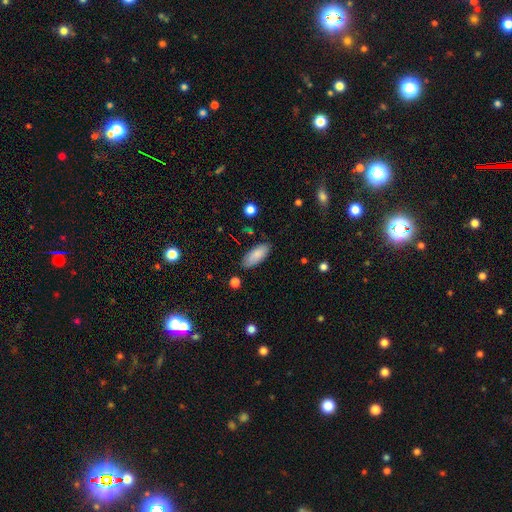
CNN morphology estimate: Smooth or featured?
  - smooth: 86% *
  - featured or disk: 8%
  - star or artifact: 6%
How rounded?
  - in between: 80% *
  - cigar-shaped: 18%
  - round: 2%
Merging?
  - none: 84% *
  - minor disturbance: 12%
  - major disturbance: 2%
  - merger: 2%